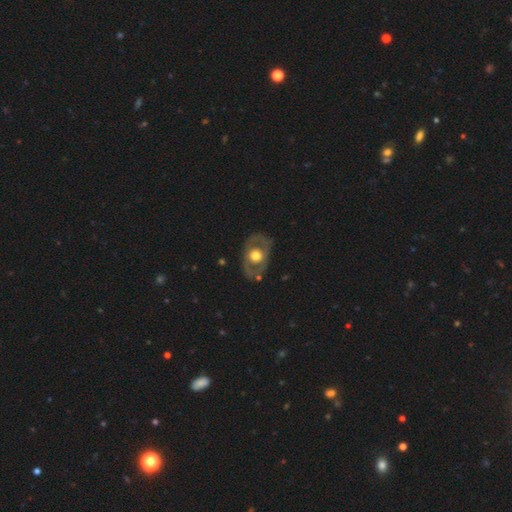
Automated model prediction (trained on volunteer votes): smooth-or-featured: featured or disk: 61% | smooth: 34% | star or artifact: 5%
  disk-edge-on: no: 91% | yes: 9%
    bar: no: 85% | weak: 12% | strong: 3%
    has-spiral-arms: no: 74% | yes: 26%
    bulge-size: moderate: 51% | large: 42% | small: 3% | dominant: 3% | none: 1%
  merging: none: 76% | minor disturbance: 15% | major disturbance: 7% | merger: 2%